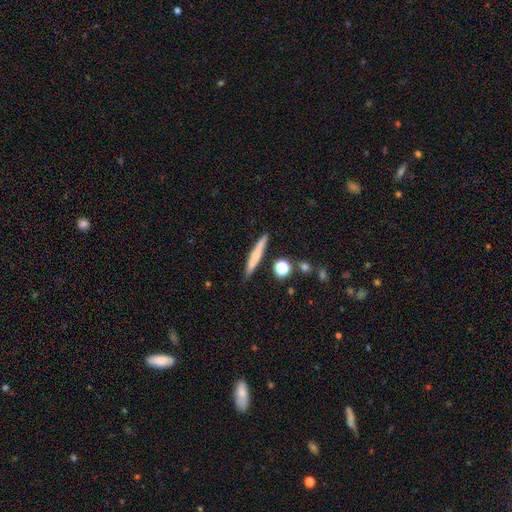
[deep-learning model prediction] A smooth galaxy with no disk features (62%) that is cigar-shaped (93%). Merging: none (86%).